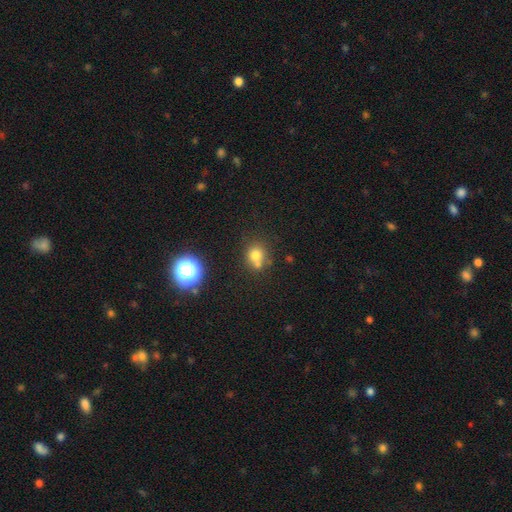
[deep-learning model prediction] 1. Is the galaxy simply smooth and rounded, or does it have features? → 73% smooth, 16% star or artifact, 11% featured or disk.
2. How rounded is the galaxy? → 74% round, 25% in between, 1% cigar-shaped.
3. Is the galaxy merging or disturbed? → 52% none, 29% merger, 14% minor disturbance, 5% major disturbance.